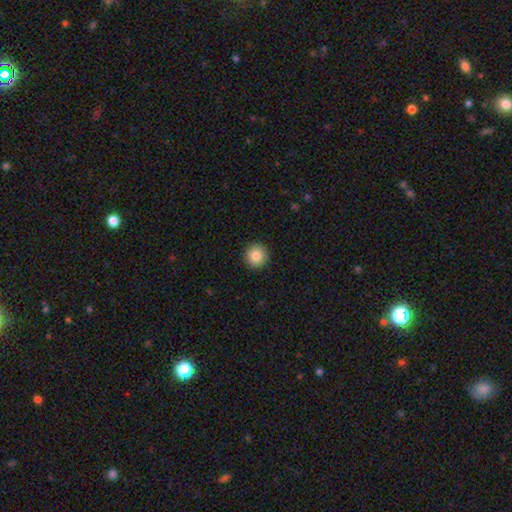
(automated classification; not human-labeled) Smooth or featured?
  - smooth: 85% *
  - star or artifact: 9%
  - featured or disk: 6%
How rounded?
  - round: 96% *
  - in between: 3%
  - cigar-shaped: 1%
Merging?
  - none: 93% *
  - minor disturbance: 5%
  - major disturbance: 2%
  - merger: 1%